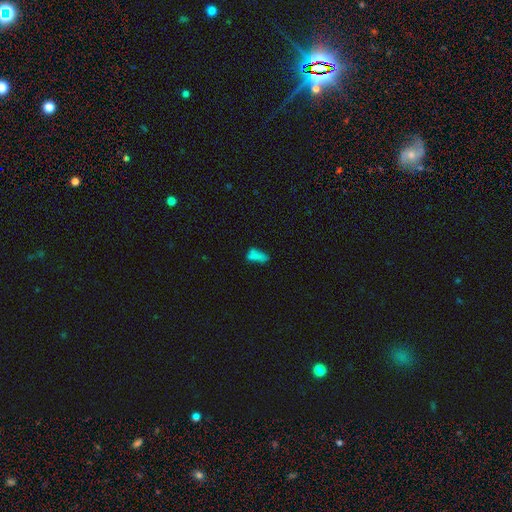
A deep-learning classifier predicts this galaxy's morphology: The model was most divided on "merging": none: 44%, minor disturbance: 24%, major disturbance: 17%, merger: 15%. More confident: how rounded — in between (72%); smooth or featured — smooth (71%).